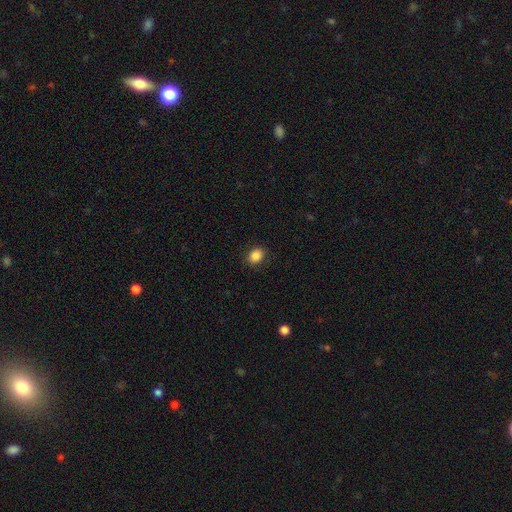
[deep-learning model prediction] smooth-or-featured: smooth: 87% | star or artifact: 9% | featured or disk: 4%
  how-rounded: in between: 61% | round: 38% | cigar-shaped: 1%
  merging: none: 88% | minor disturbance: 9% | major disturbance: 2% | merger: 1%